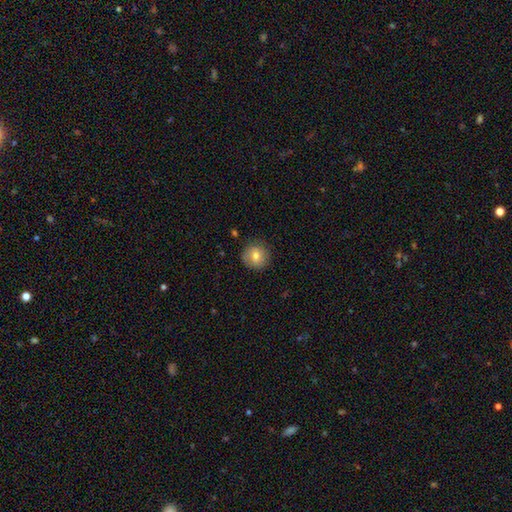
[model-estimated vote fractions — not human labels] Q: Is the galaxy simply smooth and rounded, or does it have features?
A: smooth — 75%.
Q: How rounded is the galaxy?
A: round — 91%.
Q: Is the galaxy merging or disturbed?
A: none — 86%.